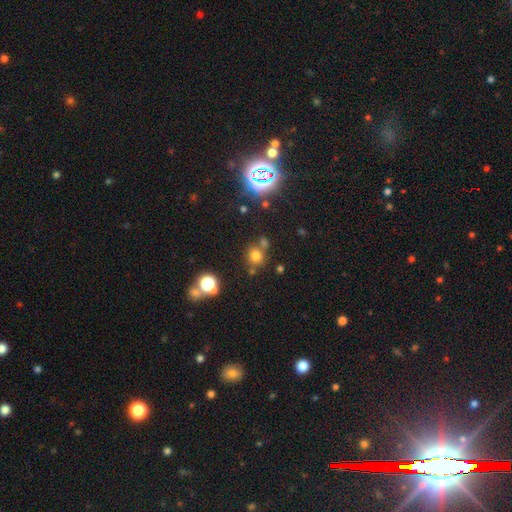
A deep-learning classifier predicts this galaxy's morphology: The model was most divided on "smooth or featured": smooth: 68%, star or artifact: 24%, featured or disk: 8%. More confident: how rounded — round (84%); merging — none (68%).